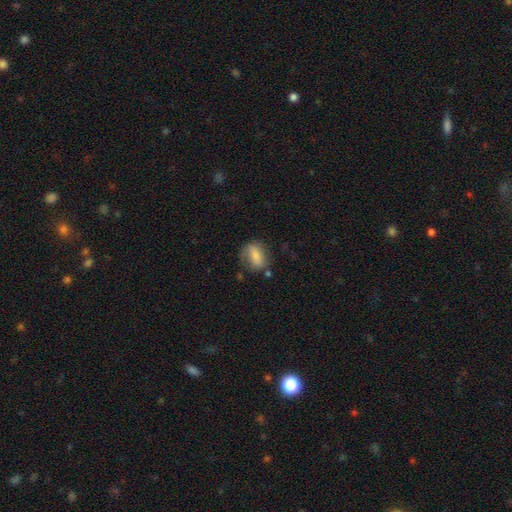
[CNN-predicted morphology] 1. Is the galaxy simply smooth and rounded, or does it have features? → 68% smooth, 24% featured or disk, 8% star or artifact.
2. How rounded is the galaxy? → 76% in between, 19% round, 5% cigar-shaped.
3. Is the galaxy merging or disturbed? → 54% none, 26% minor disturbance, 15% major disturbance, 5% merger.